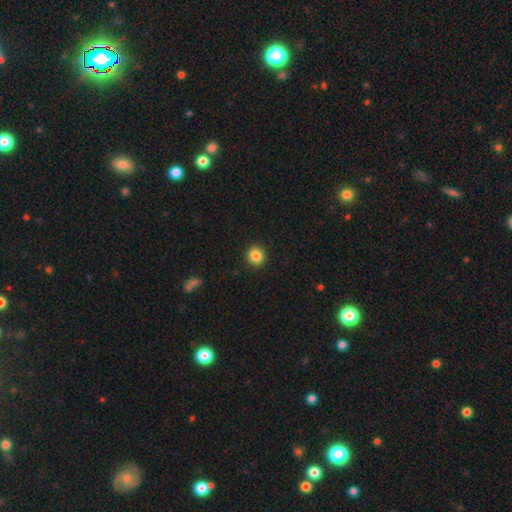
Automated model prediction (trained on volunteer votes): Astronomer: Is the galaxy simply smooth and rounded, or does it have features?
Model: smooth — 85%.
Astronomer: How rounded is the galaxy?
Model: round — 91%.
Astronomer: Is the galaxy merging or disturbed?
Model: none — 92%.